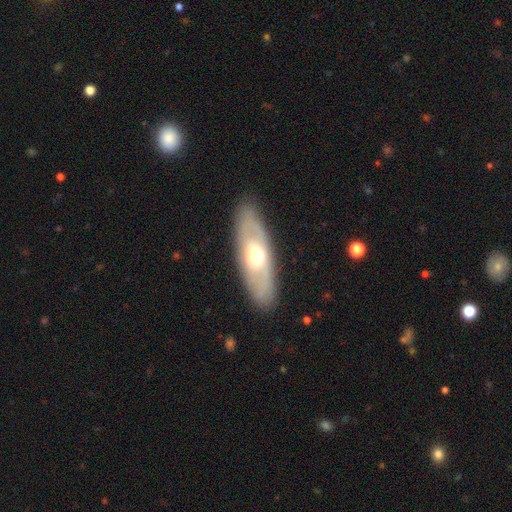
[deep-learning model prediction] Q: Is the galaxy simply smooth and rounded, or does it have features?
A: featured or disk — 52%.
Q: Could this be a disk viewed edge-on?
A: no — 70%.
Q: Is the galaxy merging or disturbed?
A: none — 87%.